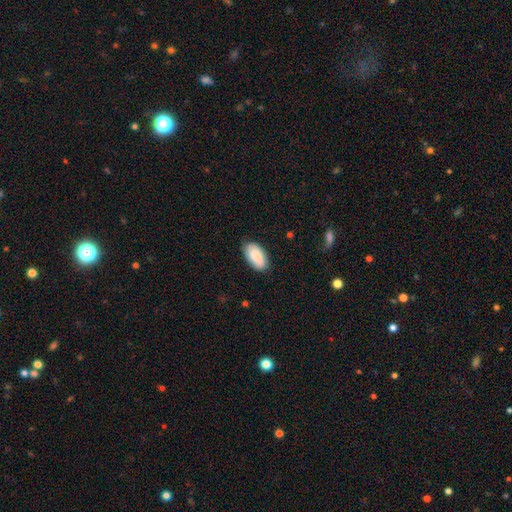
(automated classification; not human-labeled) A smooth galaxy with no disk features (81%) that is in between round and cigar-shaped (95%). Merging: none (81%).